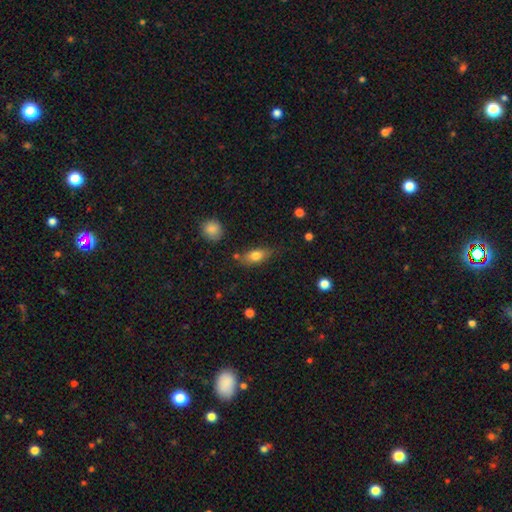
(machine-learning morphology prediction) This appears to be a smooth galaxy with no disk features (75%) that is in between round and cigar-shaped (80%). Merging: none (69%).